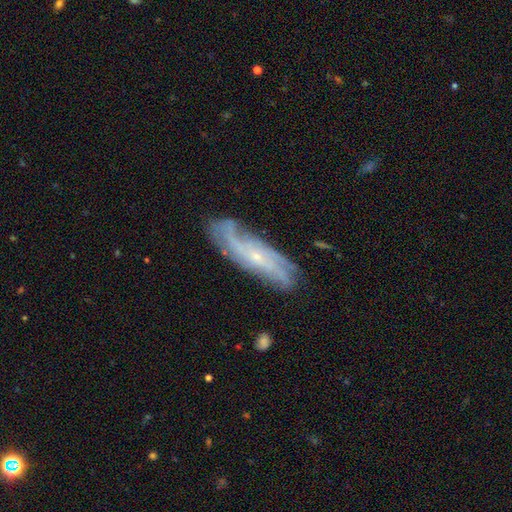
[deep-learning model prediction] This is clearly a featured or disk galaxy (81%). It is clearly not viewed edge-on (81%). Bar: likely no (69%). Spiral arm pattern: clearly yes (94%). Spiral arm count: marginally can't tell (32%). Spiral winding: marginally tight (43%). Central bulge: likely small (80%). Merging: likely none (75%).